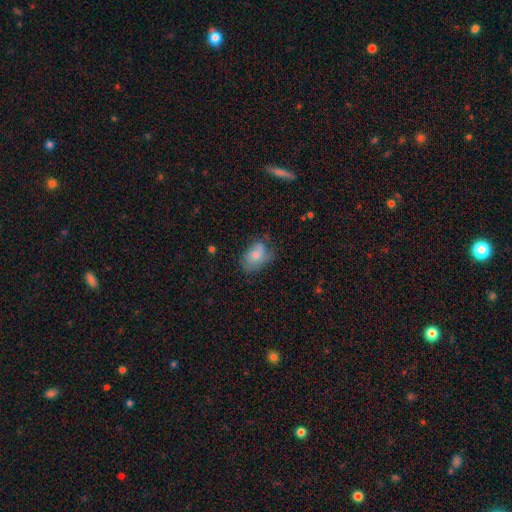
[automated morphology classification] This appears to be a smooth galaxy with no disk features (69%) that is in between round and cigar-shaped (84%). Merging: none (49%).